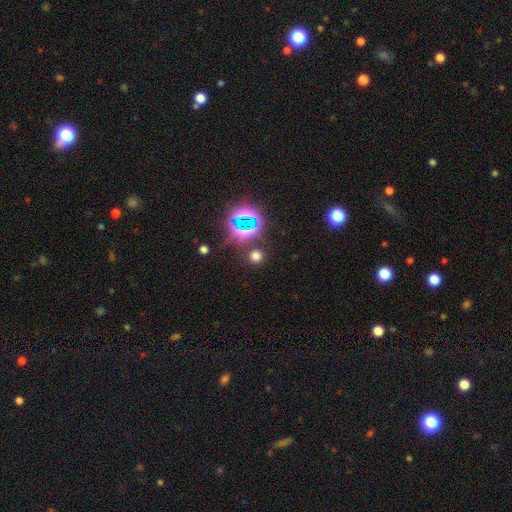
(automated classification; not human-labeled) This appears to be a smooth galaxy with no disk features (60%) that is round (87%). Merging: none (85%).